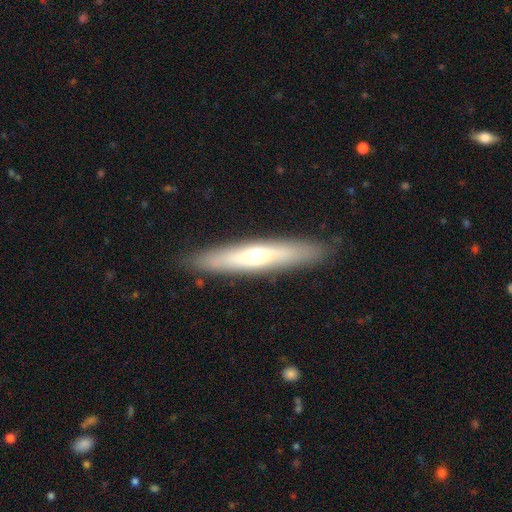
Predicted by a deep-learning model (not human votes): smooth_or_featured: featured or disk (p=0.47) [tied with: smooth p=0.47]
merging: none (p=0.89) [alt: minor disturbance p=0.08]